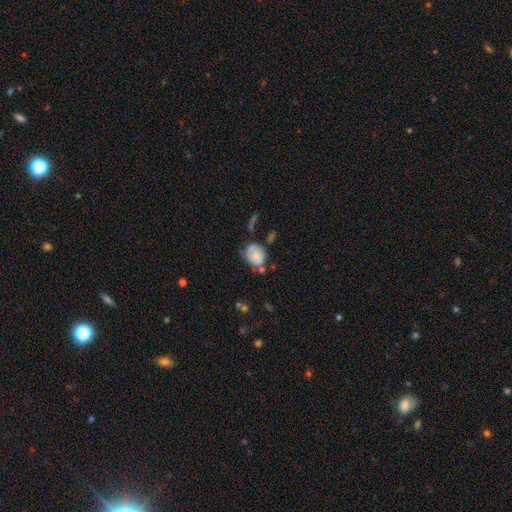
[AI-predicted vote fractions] Q: Smooth or featured?
A: smooth (70%); runner-up: featured or disk (21%)
Q: How rounded?
A: in between (52%); runner-up: round (47%)
Q: Merging?
A: none (42%); runner-up: minor disturbance (31%)